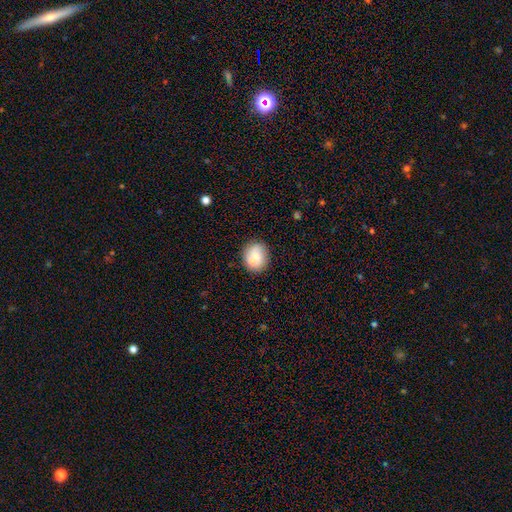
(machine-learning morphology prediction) smooth_or_featured: smooth (p=0.74) [alt: featured or disk p=0.18]
how_rounded: round (p=0.57) [alt: in between p=0.42]
merging: none (p=0.62) [alt: minor disturbance p=0.19]